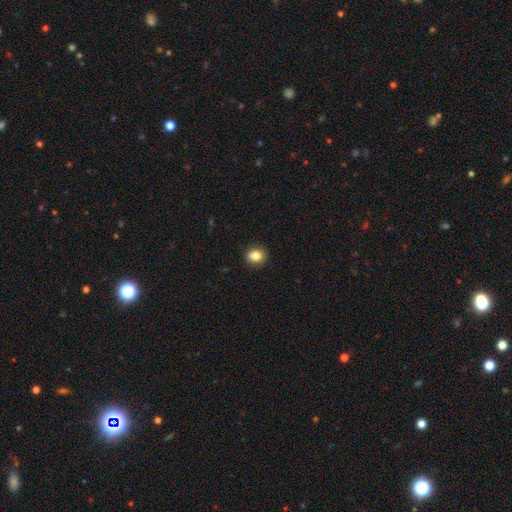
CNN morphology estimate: Overall: smooth (83%). How rounded: round (70%). Merging: none (89%).